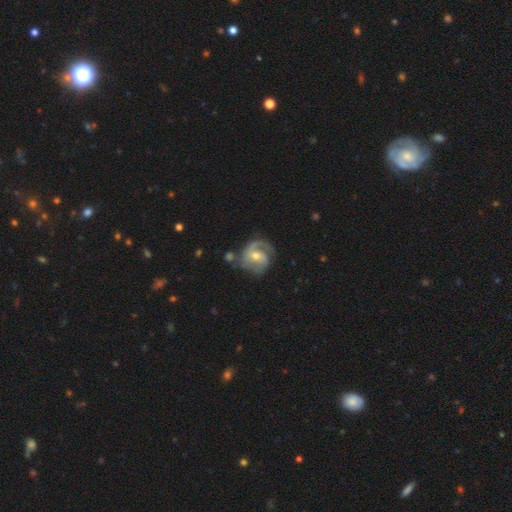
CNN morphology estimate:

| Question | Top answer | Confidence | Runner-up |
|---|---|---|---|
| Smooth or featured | featured or disk | 84% | smooth (11%) |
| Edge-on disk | no | 98% | yes (2%) |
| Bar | weak | 47% | no (40%) |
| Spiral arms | yes | 95% | no (5%) |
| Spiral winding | medium | 48% | tight (31%) |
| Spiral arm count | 2 | 56% | 1 (25%) |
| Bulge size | moderate | 56% | small (39%) |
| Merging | none | 60% | minor disturbance (22%) |